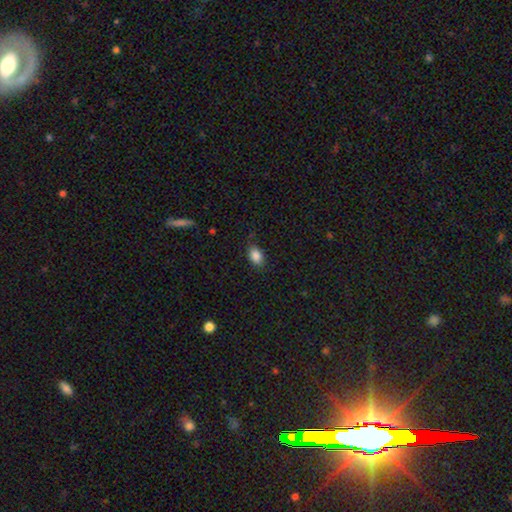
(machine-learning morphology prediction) smooth 87%, star or artifact 9%, featured or disk 4%. Down the decision tree: how rounded — in between (85%); merging — none (82%).